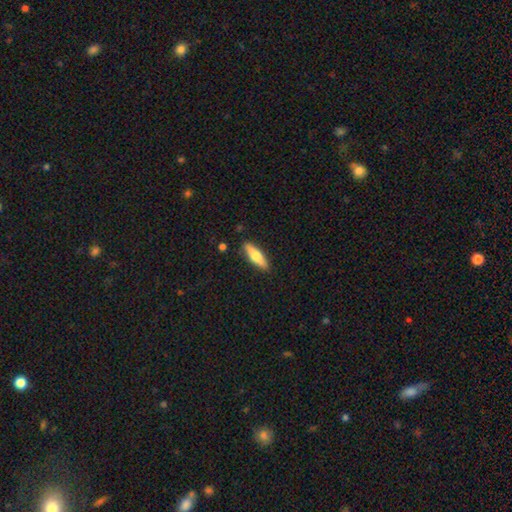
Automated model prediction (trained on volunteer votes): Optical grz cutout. It shows a smooth galaxy with no disk features (61%) that is cigar-shaped (61%). Merging: none (87%).